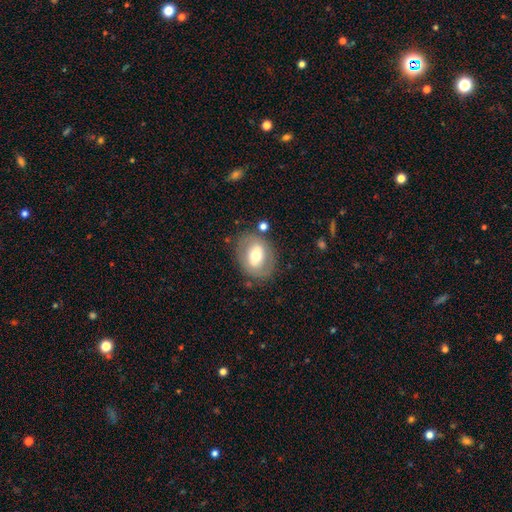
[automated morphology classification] smooth 52%, featured or disk 40%, star or artifact 8%. Down the decision tree: how rounded — in between (56%); merging — none (77%).